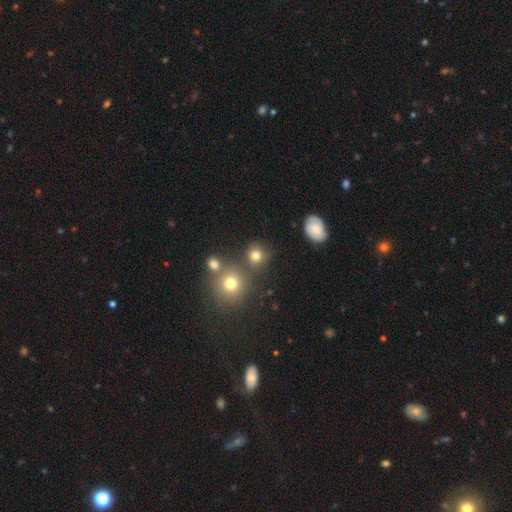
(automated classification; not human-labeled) Smooth or featured?
  - smooth: 77% *
  - star or artifact: 15%
  - featured or disk: 9%
How rounded?
  - round: 86% *
  - in between: 13%
  - cigar-shaped: 1%
Merging?
  - none: 74% *
  - merger: 12%
  - minor disturbance: 10%
  - major disturbance: 4%